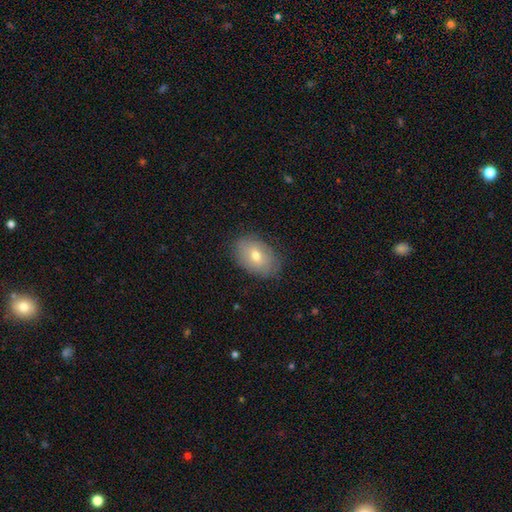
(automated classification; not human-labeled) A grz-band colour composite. It shows a smooth galaxy with no disk features (67%) that is in between round and cigar-shaped (86%). Merging: none (83%).